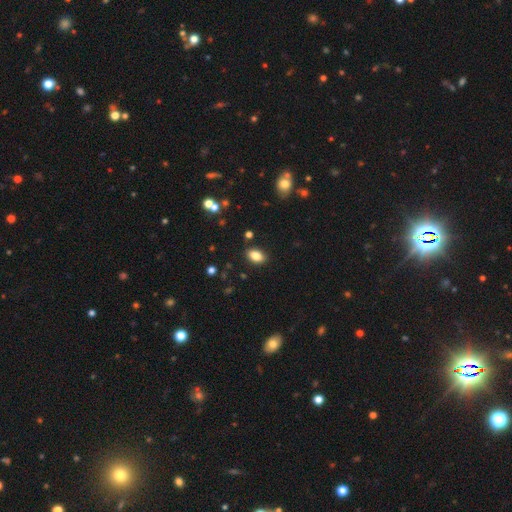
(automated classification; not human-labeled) Smooth or featured?
  - smooth: 84% *
  - star or artifact: 9%
  - featured or disk: 7%
How rounded?
  - in between: 89% *
  - round: 9%
  - cigar-shaped: 2%
Merging?
  - none: 86% *
  - minor disturbance: 9%
  - major disturbance: 2%
  - merger: 2%